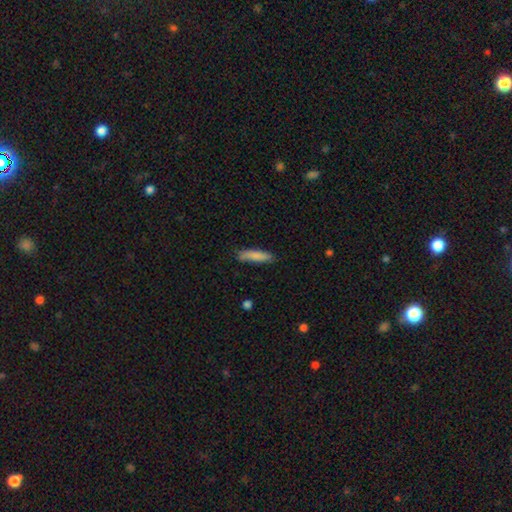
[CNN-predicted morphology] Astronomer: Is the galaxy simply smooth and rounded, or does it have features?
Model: smooth — 83%.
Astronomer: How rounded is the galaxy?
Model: cigar-shaped — 76%.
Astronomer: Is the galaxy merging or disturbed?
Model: none — 79%.